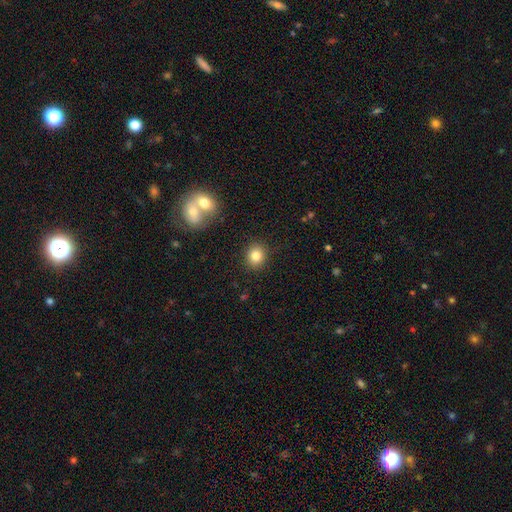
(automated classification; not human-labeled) A smooth galaxy with no disk features (82%) that is round (78%).

Vote fractions:
- Smooth or featured? smooth: 82% / star or artifact: 10% / featured or disk: 8%
- How rounded? round: 78% / in between: 21% / cigar-shaped: 1%
- Merging? none: 89% / minor disturbance: 6% / merger: 3% / major disturbance: 2%